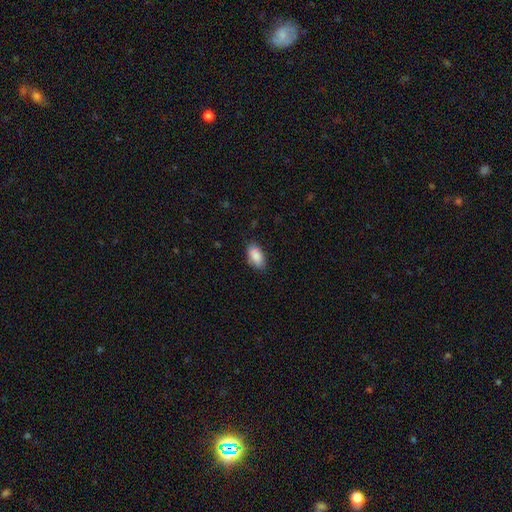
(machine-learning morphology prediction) The model was most divided on "merging": none: 82%, minor disturbance: 14%, major disturbance: 3%, merger: 1%. More confident: how rounded — in between (93%); smooth or featured — smooth (88%).